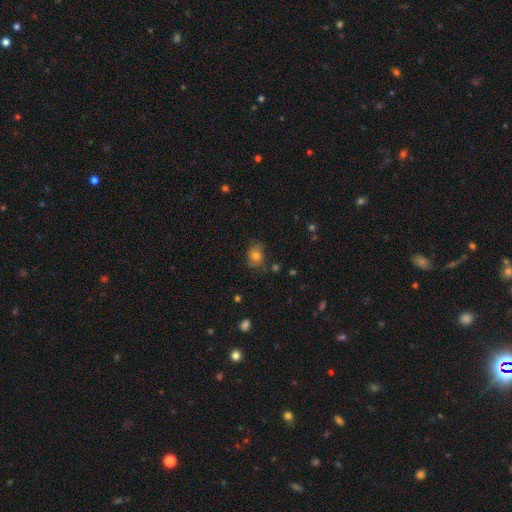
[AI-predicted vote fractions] Q: Smooth or featured?
A: smooth (65%); runner-up: featured or disk (24%)
Q: How rounded?
A: in between (53%); runner-up: round (46%)
Q: Merging?
A: none (66%); runner-up: minor disturbance (24%)